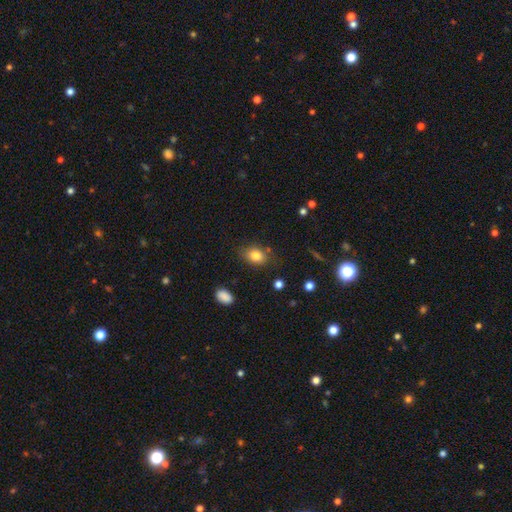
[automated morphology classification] smooth_or_featured: smooth (p=0.82) [alt: star or artifact p=0.10]
how_rounded: in between (p=0.70) [alt: round p=0.29]
merging: none (p=0.78) [alt: minor disturbance p=0.15]